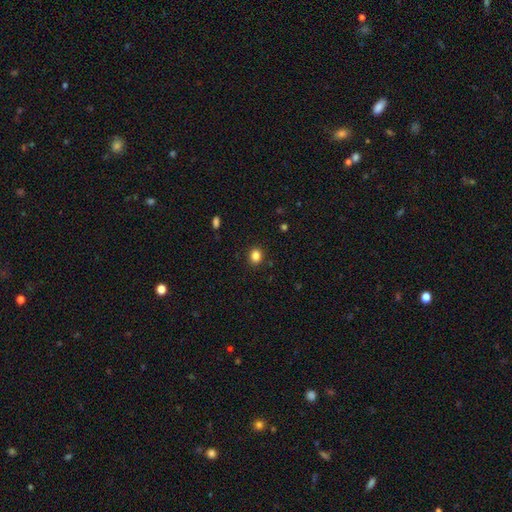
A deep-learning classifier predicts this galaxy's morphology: smooth-or-featured: smooth: 85% | star or artifact: 11% | featured or disk: 4%
  how-rounded: round: 62% | in between: 37% | cigar-shaped: 1%
  merging: none: 90% | minor disturbance: 7% | major disturbance: 2% | merger: 1%